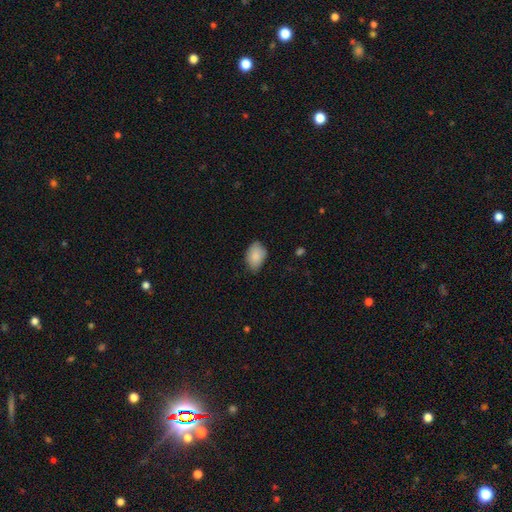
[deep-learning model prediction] Overall: smooth (85%). How rounded: in between (83%). Merging: none (65%; minor disturbance 29%).